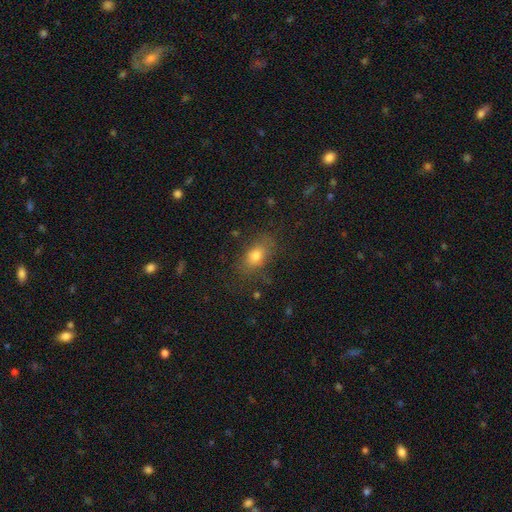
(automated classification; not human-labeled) smooth-or-featured: smooth: 76% | featured or disk: 12% | star or artifact: 11%
  how-rounded: in between: 80% | round: 16% | cigar-shaped: 4%
  merging: none: 76% | minor disturbance: 16% | major disturbance: 6% | merger: 2%